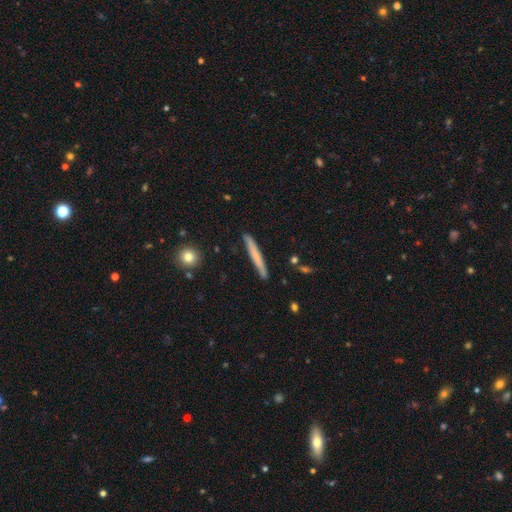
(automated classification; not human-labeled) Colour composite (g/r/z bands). It shows a smooth galaxy with no disk features (60%) that is cigar-shaped (96%). Merging: none (89%).